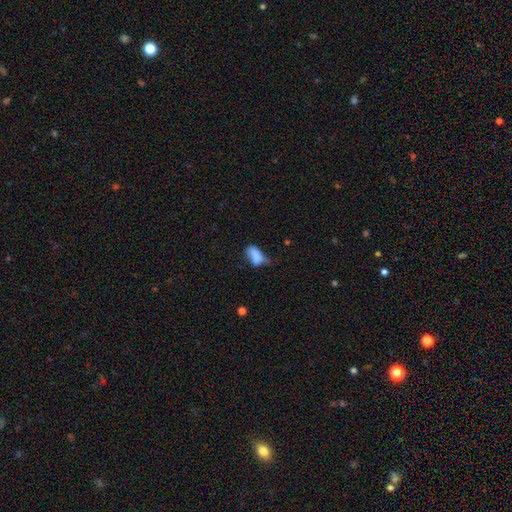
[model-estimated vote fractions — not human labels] Smooth or featured? Predicted: smooth (p=0.81). How rounded? Predicted: in between (p=0.90). Merging? Predicted: minor disturbance (p=0.40).